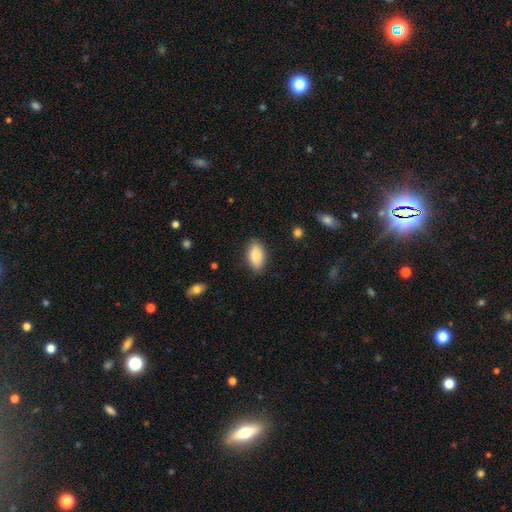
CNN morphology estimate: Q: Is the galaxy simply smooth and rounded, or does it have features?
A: smooth — 82%.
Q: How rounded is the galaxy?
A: in between — 92%.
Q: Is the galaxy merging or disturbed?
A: none — 86%.